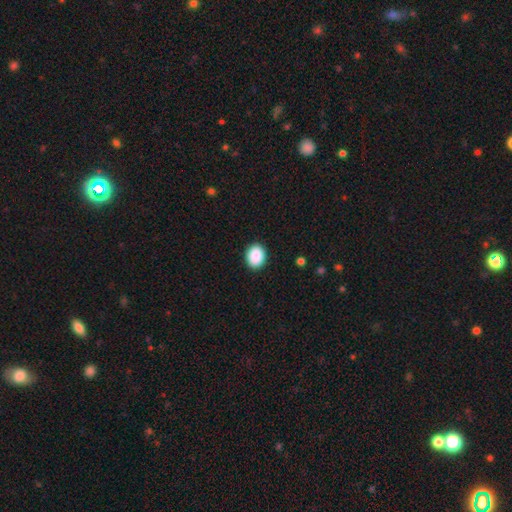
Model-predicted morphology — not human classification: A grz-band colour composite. It shows a smooth galaxy with no disk features (89%) that is in between round and cigar-shaped (56%). Merging: none (89%).